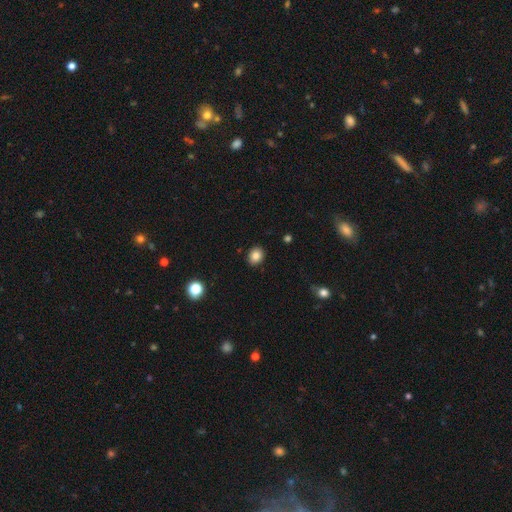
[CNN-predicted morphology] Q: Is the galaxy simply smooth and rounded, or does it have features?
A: smooth — 84%.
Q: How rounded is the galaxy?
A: round — 67%.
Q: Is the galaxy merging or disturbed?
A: none — 90%.